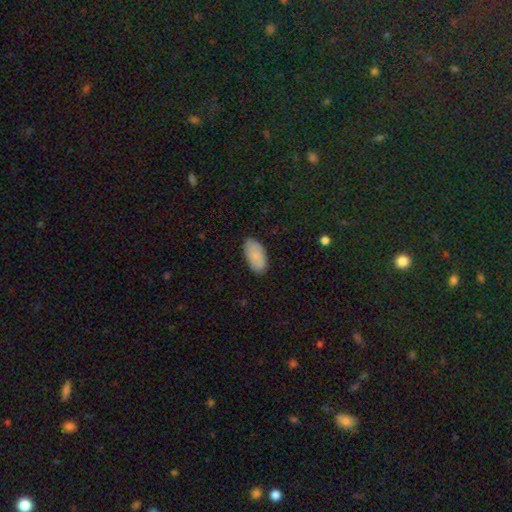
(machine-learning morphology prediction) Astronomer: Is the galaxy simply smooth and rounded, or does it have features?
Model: smooth — 84%.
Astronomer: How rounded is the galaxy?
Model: in between — 95%.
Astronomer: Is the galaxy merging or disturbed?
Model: none — 82%.